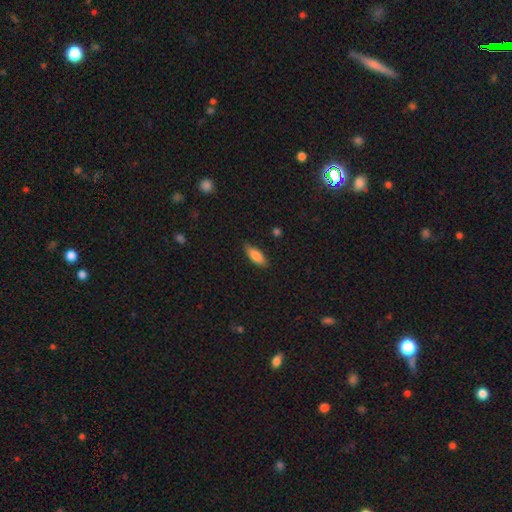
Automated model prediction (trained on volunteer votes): smooth 82%, featured or disk 11%, star or artifact 7%. Down the decision tree: how rounded — in between (70%); merging — none (81%).